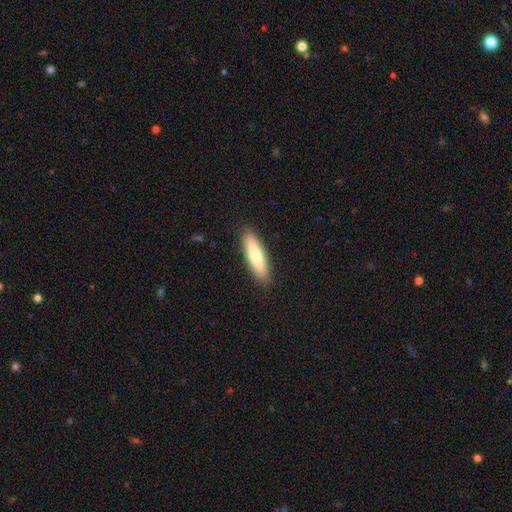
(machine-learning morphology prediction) smooth 73%, featured or disk 22%, star or artifact 5%. Down the decision tree: how rounded — cigar-shaped (68%); merging — none (90%).